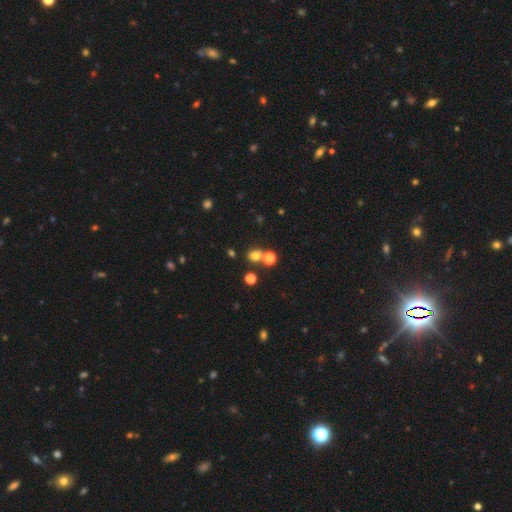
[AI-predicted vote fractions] Smooth or featured?
  - smooth: 71% *
  - star or artifact: 21%
  - featured or disk: 8%
How rounded?
  - round: 70% *
  - in between: 29%
  - cigar-shaped: 1%
Merging?
  - none: 61% *
  - merger: 26%
  - minor disturbance: 9%
  - major disturbance: 4%